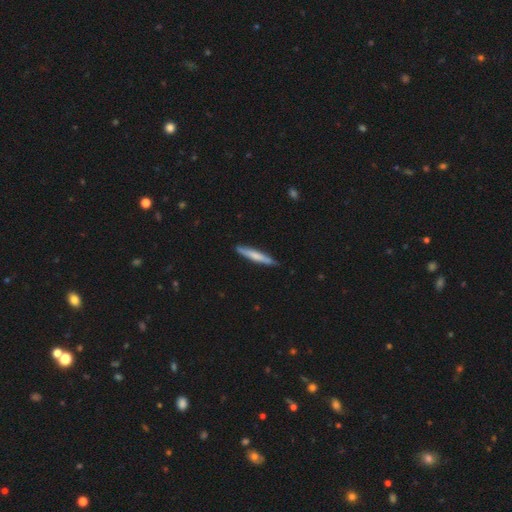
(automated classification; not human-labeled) The model was most divided on "smooth or featured": smooth: 63%, featured or disk: 32%, star or artifact: 5%. More confident: how rounded — cigar-shaped (94%); merging — none (86%).